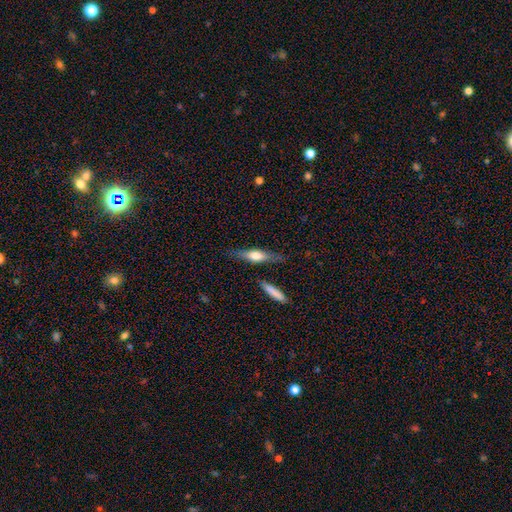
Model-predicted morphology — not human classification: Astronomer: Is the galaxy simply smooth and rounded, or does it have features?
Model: smooth — 48% (runner-up: featured or disk, 45%).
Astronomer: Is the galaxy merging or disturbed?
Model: none — 78%.